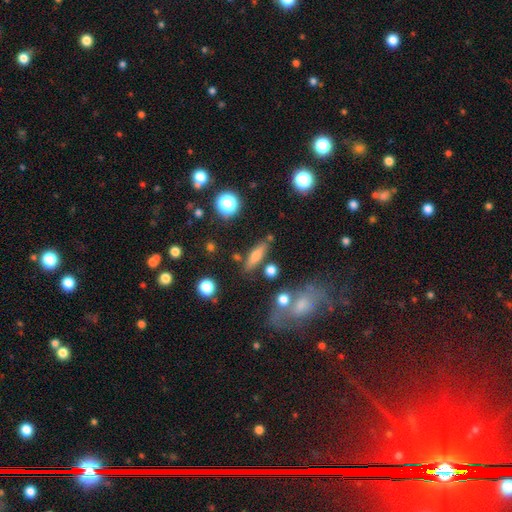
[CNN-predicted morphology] The model was most divided on "how rounded": cigar-shaped: 60%, in between: 34%, round: 6%. More confident: merging — none (75%); smooth or featured — smooth (59%).